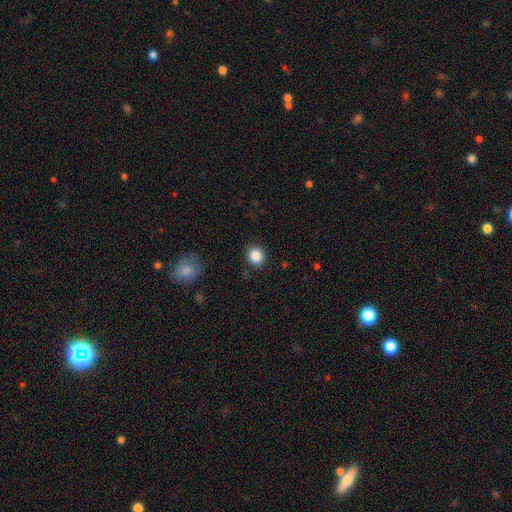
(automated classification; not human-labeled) Smooth or featured?
  - smooth: 87% *
  - star or artifact: 10%
  - featured or disk: 4%
How rounded?
  - round: 82% *
  - in between: 17%
  - cigar-shaped: 1%
Merging?
  - none: 89% *
  - minor disturbance: 8%
  - major disturbance: 3%
  - merger: 1%